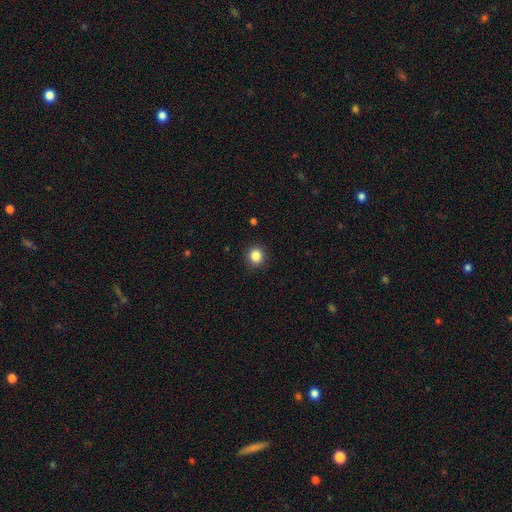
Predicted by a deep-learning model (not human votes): smooth_or_featured: smooth (p=0.85) [alt: star or artifact p=0.11]
how_rounded: round (p=0.85) [alt: in between p=0.14]
merging: none (p=0.90) [alt: minor disturbance p=0.07]